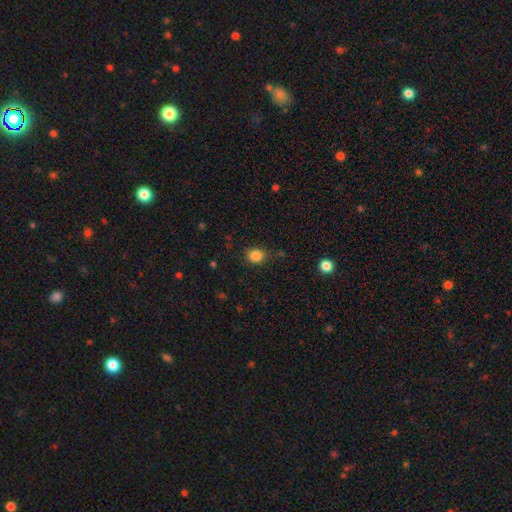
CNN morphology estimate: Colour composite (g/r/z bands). It shows a smooth galaxy with no disk features (85%) that is round (78%). Merging: none (82%).